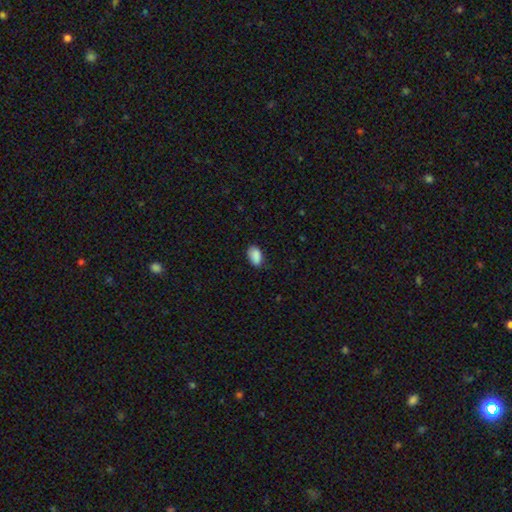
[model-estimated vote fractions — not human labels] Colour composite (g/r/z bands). It shows a smooth galaxy with no disk features (88%) that is in between round and cigar-shaped (91%). Merging: none (72%).